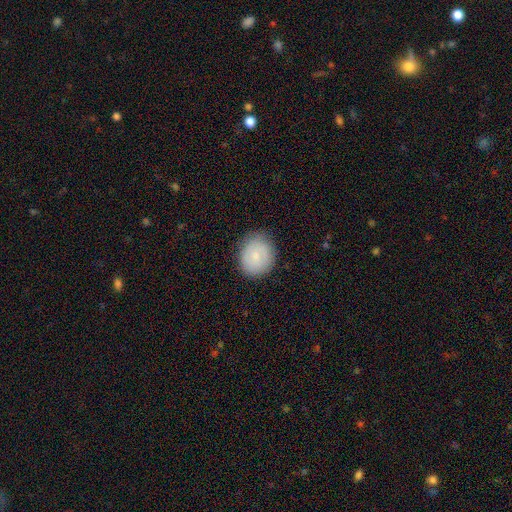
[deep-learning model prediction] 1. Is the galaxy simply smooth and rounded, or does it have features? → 75% smooth, 18% featured or disk, 7% star or artifact.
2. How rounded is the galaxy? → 70% round, 29% in between, 1% cigar-shaped.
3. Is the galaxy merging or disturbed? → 83% none, 13% minor disturbance, 3% major disturbance, 1% merger.